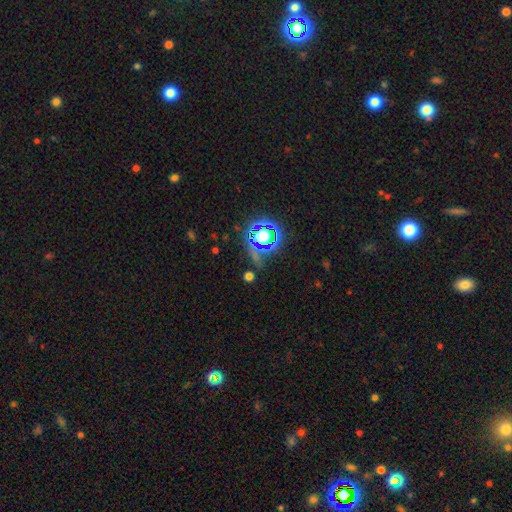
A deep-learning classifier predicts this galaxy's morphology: A star or artifact, not a galaxy (73%).